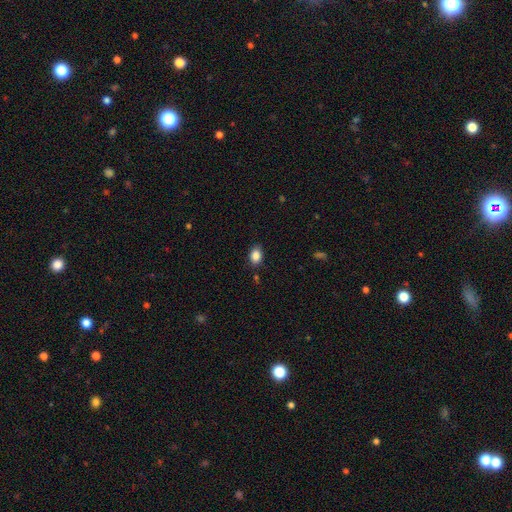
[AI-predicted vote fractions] The model was most divided on "how rounded": in between: 80%, round: 18%, cigar-shaped: 1%. More confident: smooth or featured — smooth (86%); merging — none (84%).